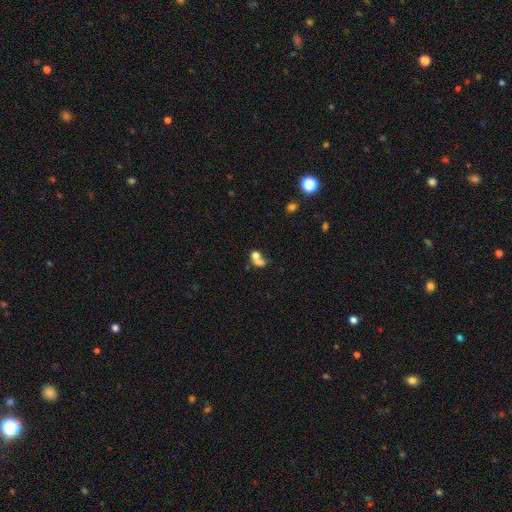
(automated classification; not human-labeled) The model was most divided on "how rounded": in between: 50%, round: 48%, cigar-shaped: 2%. More confident: merging — merger (67%); smooth or featured — smooth (67%).